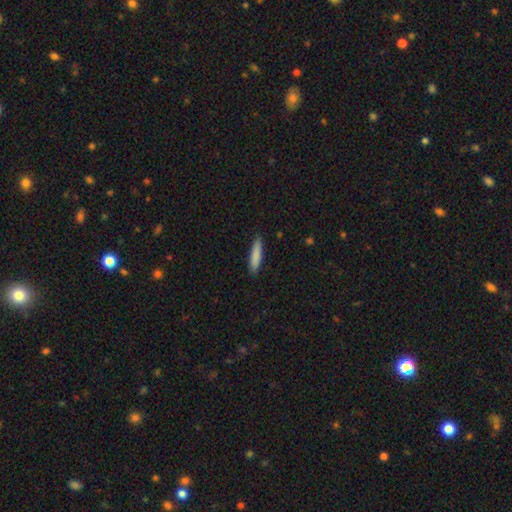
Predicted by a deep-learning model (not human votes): Smooth or featured?
  - smooth: 85% *
  - featured or disk: 9%
  - star or artifact: 6%
How rounded?
  - cigar-shaped: 84% *
  - in between: 14%
  - round: 1%
Merging?
  - none: 88% *
  - minor disturbance: 10%
  - major disturbance: 2%
  - merger: 1%